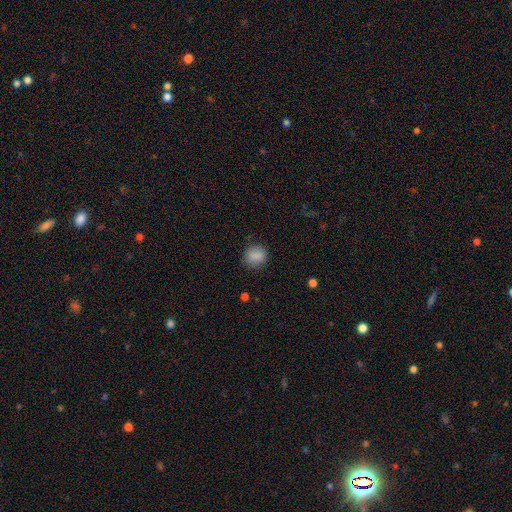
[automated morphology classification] This appears to be a smooth galaxy with no disk features (84%) that is round (75%). Merging: none (81%).